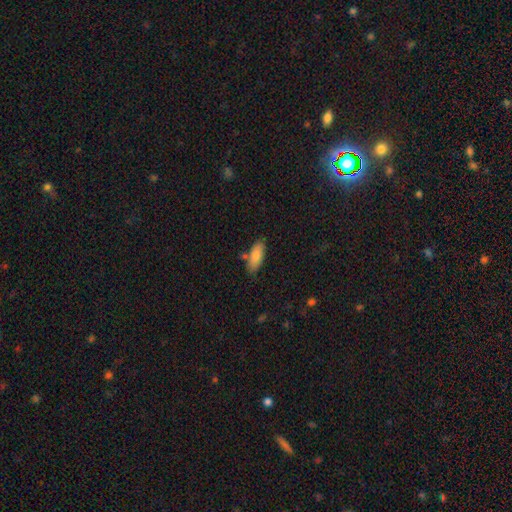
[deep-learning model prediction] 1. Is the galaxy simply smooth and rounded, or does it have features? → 81% smooth, 12% featured or disk, 6% star or artifact.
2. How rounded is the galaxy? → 74% in between, 24% cigar-shaped, 2% round.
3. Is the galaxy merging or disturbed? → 75% none, 14% minor disturbance, 8% merger, 3% major disturbance.